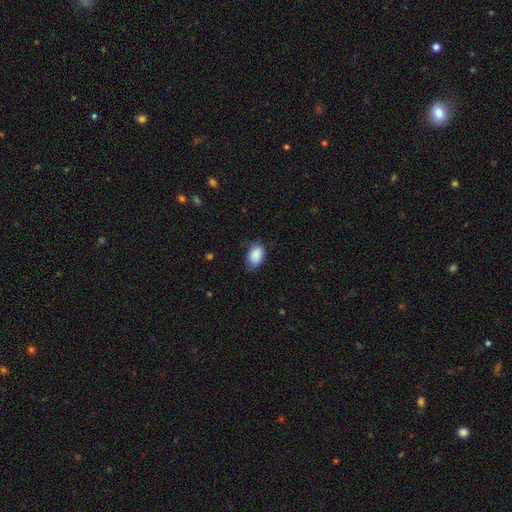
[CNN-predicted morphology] The model was most divided on "merging": none: 66%, minor disturbance: 27%, major disturbance: 5%, merger: 1%. More confident: how rounded — in between (89%); smooth or featured — smooth (88%).